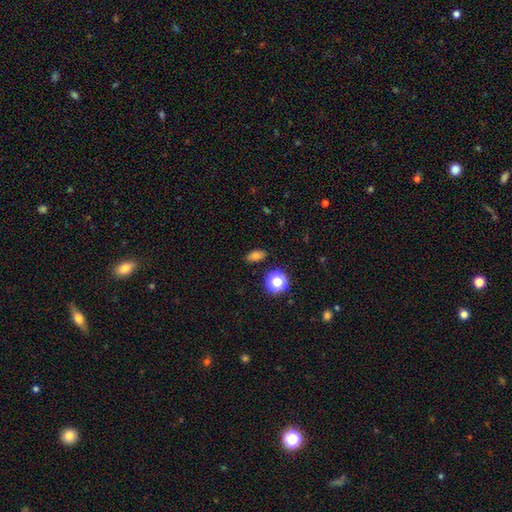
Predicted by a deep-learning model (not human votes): The model was most divided on "smooth or featured": smooth: 76%, star or artifact: 16%, featured or disk: 8%. More confident: merging — none (86%); how rounded — in between (81%).